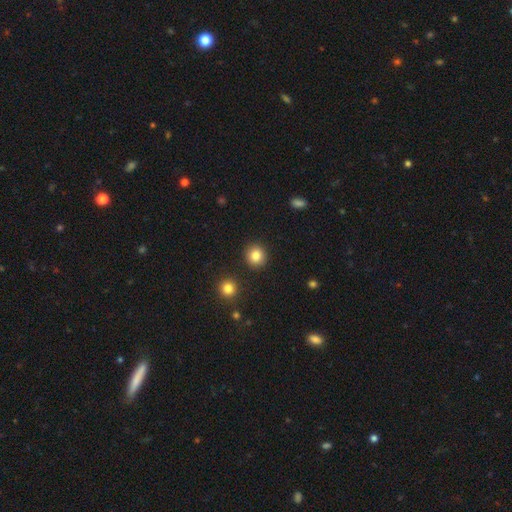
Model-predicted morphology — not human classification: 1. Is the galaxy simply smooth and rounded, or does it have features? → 85% smooth, 10% star or artifact, 6% featured or disk.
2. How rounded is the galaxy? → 89% round, 10% in between, 1% cigar-shaped.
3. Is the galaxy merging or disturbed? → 91% none, 5% minor disturbance, 2% merger, 2% major disturbance.